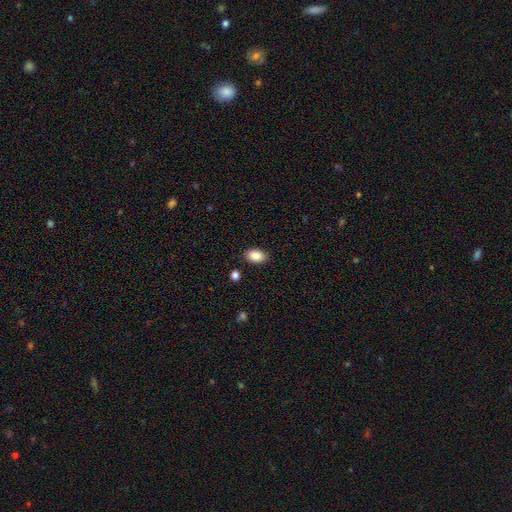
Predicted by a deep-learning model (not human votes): Smooth or featured? Predicted: smooth (p=0.88). How rounded? Predicted: in between (p=0.89). Merging? Predicted: none (p=0.87).